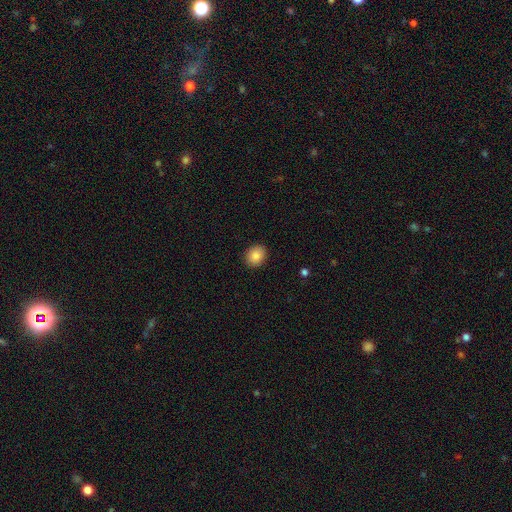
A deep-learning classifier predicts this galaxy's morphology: smooth-or-featured: smooth: 87% | star or artifact: 8% | featured or disk: 5%
  how-rounded: round: 59% | in between: 41% | cigar-shaped: 1%
  merging: none: 90% | minor disturbance: 7% | major disturbance: 2% | merger: 1%